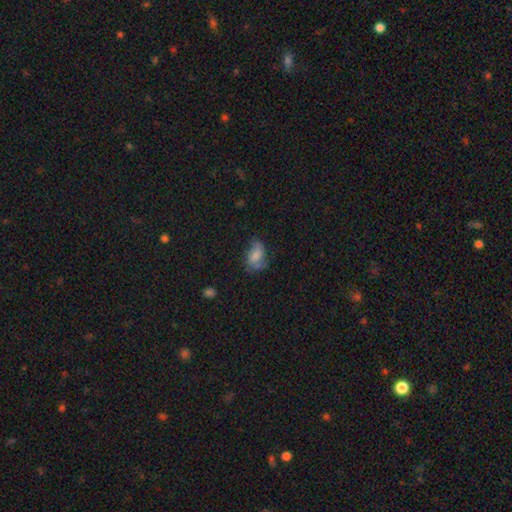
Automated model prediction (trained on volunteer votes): Overall: smooth (57%; featured or disk 33%). How rounded: in between (85%). Merging: none (44%; minor disturbance 30%).